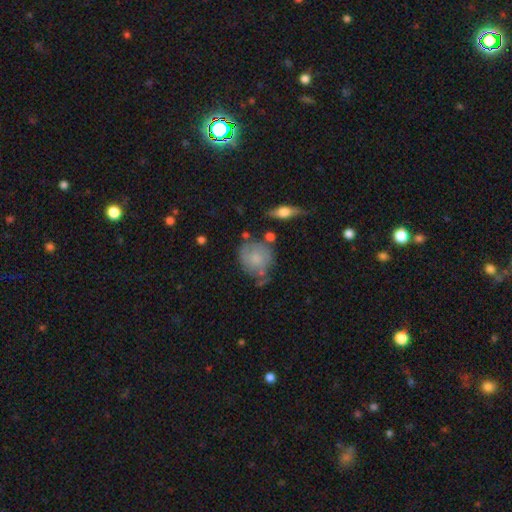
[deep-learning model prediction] smooth-or-featured: smooth: 56% | featured or disk: 36% | star or artifact: 8%
  how-rounded: round: 75% | in between: 23% | cigar-shaped: 2%
  merging: none: 55% | minor disturbance: 27% | major disturbance: 9% | merger: 9%